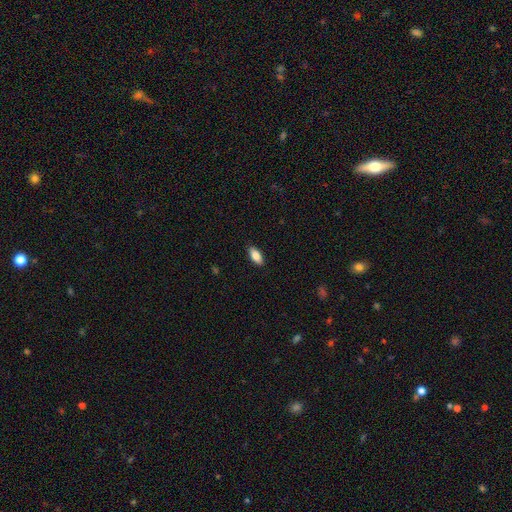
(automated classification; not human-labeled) A smooth galaxy with no disk features (86%) that is in between round and cigar-shaped (88%).

Vote fractions:
- Smooth or featured? smooth: 86% / featured or disk: 8% / star or artifact: 7%
- How rounded? in between: 88% / cigar-shaped: 9% / round: 2%
- Merging? none: 88% / minor disturbance: 9% / major disturbance: 2% / merger: 1%